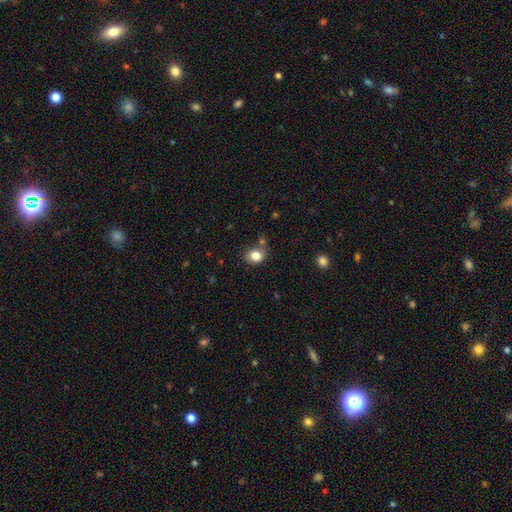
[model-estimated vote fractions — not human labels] Overall: smooth (82%). How rounded: round (60%; in between 39%). Merging: none (68%).